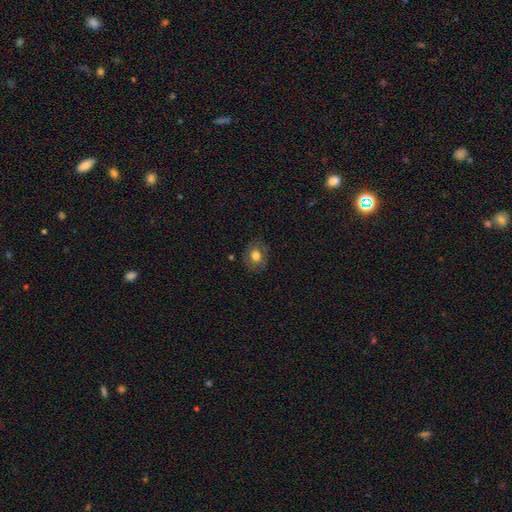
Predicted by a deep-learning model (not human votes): Smooth or featured?
  - smooth: 69% *
  - featured or disk: 22%
  - star or artifact: 9%
How rounded?
  - round: 59% *
  - in between: 41%
  - cigar-shaped: 1%
Merging?
  - none: 81% *
  - minor disturbance: 13%
  - major disturbance: 4%
  - merger: 1%